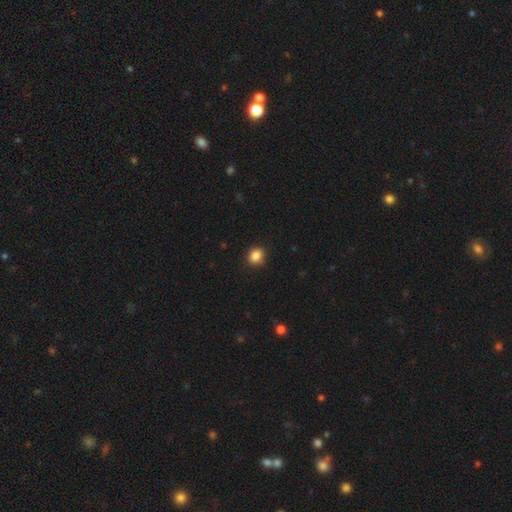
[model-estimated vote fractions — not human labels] Smooth or featured? Predicted: smooth (p=0.86). How rounded? Predicted: round (p=0.72). Merging? Predicted: none (p=0.89).